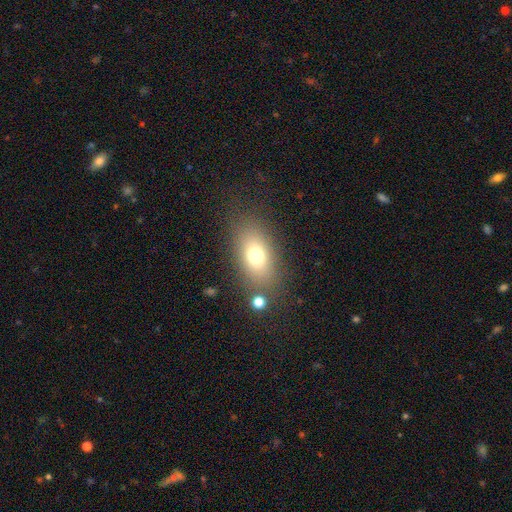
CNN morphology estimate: type=smooth (73%); roundness=in between (81%); merging=none (76%).